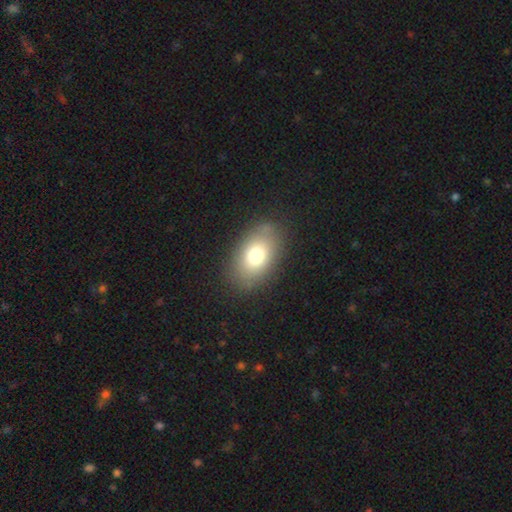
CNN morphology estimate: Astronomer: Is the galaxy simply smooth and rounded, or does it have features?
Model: smooth — 76%.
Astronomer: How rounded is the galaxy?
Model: in between — 86%.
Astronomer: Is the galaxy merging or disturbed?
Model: none — 83%.